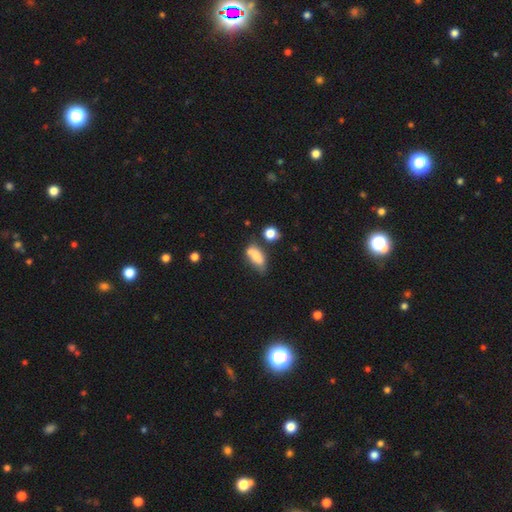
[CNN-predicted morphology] Overall: smooth (75%). How rounded: in between (81%). Merging: none (41%; minor disturbance 31%).